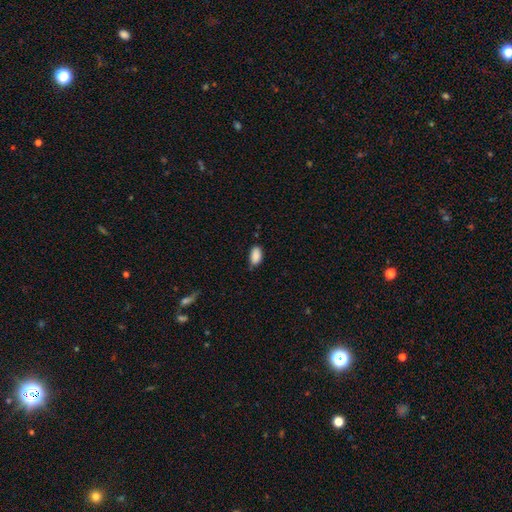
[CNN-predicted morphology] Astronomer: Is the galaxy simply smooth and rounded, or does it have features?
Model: smooth — 89%.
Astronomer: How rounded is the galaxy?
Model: in between — 94%.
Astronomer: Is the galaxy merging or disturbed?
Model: none — 68%.